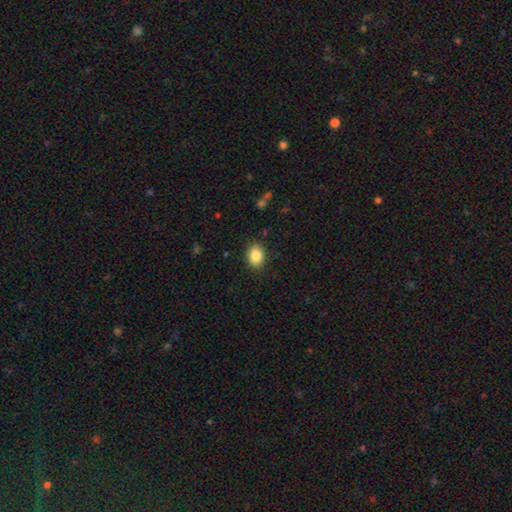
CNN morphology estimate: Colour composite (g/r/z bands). It shows a smooth galaxy with no disk features (86%) that is in between round and cigar-shaped (71%). Merging: none (87%).